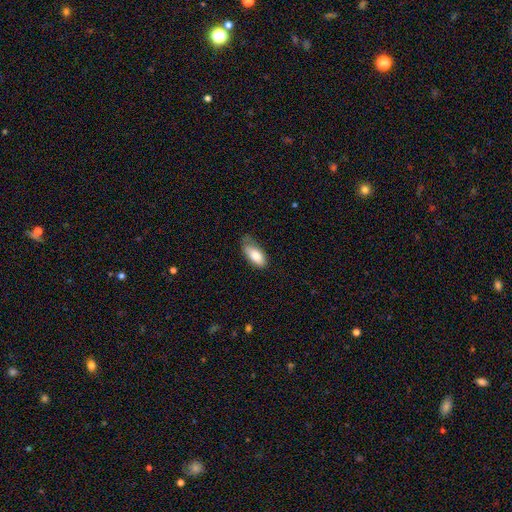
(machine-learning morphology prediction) Smooth or featured? Predicted: smooth (p=0.81). How rounded? Predicted: in between (p=0.88). Merging? Predicted: none (p=0.46).